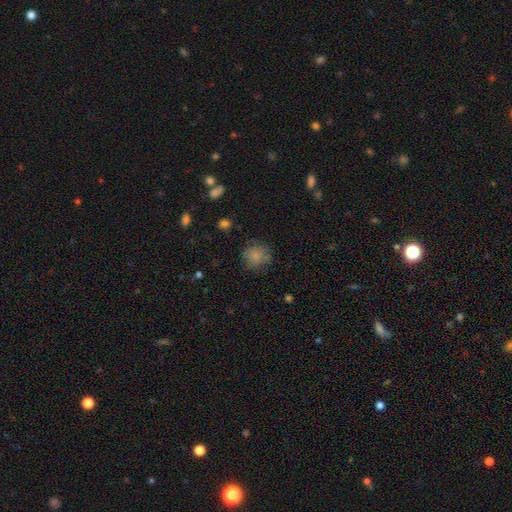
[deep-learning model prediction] Smooth or featured: smooth — 79% (star or artifact — 10%)
How rounded: round — 85% (in between — 14%)
Merging: none — 72% (minor disturbance — 19%)